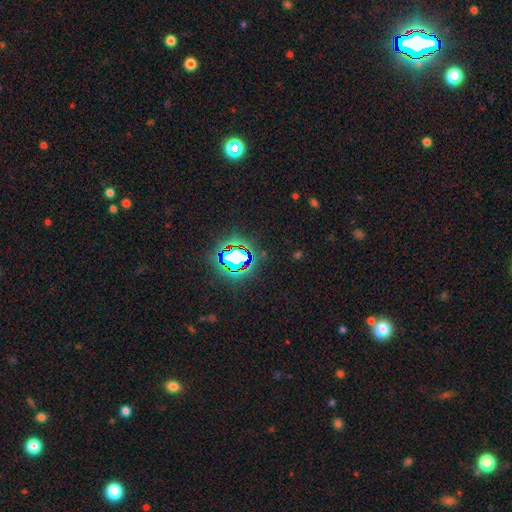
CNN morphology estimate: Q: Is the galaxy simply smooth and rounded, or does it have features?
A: star or artifact — 80%.